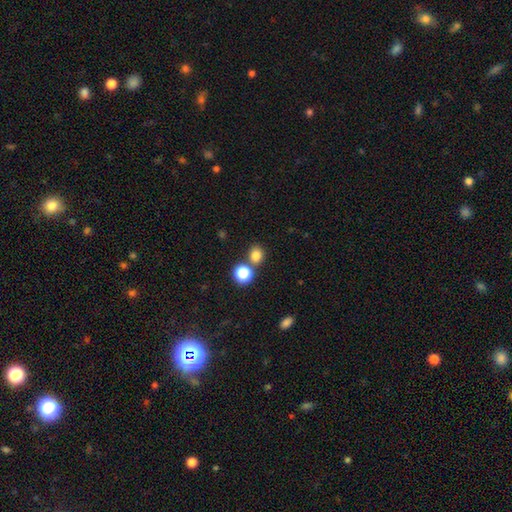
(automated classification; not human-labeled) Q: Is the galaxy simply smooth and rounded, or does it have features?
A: smooth — 80%.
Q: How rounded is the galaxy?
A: round — 73%.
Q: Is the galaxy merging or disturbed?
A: none — 67%.